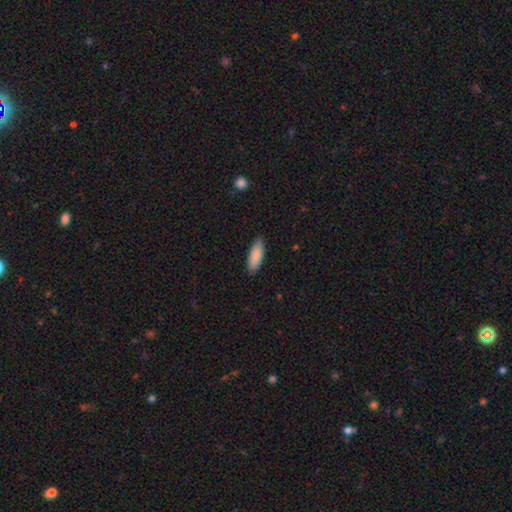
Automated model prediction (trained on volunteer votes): This appears to be a smooth galaxy with no disk features (87%) that is in between round and cigar-shaped (65%). Merging: none (84%).